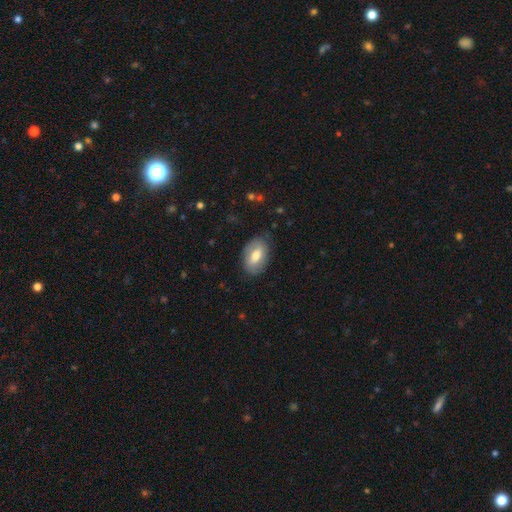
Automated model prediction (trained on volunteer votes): This appears to be a smooth galaxy with no disk features (66%) that is in between round and cigar-shaped (91%). Merging: none (80%).